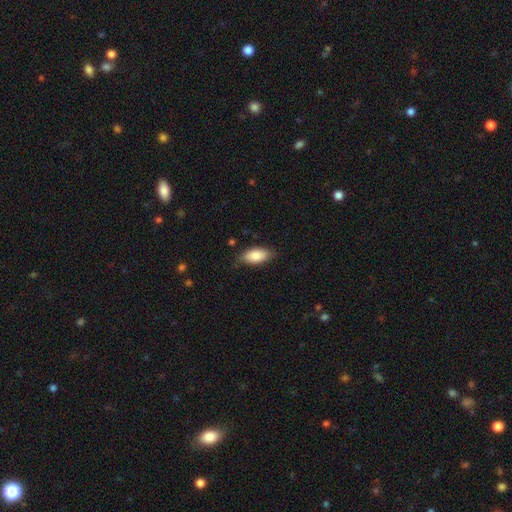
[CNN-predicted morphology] This appears to be a smooth galaxy with no disk features (86%) that is in between round and cigar-shaped (89%). Merging: none (78%).